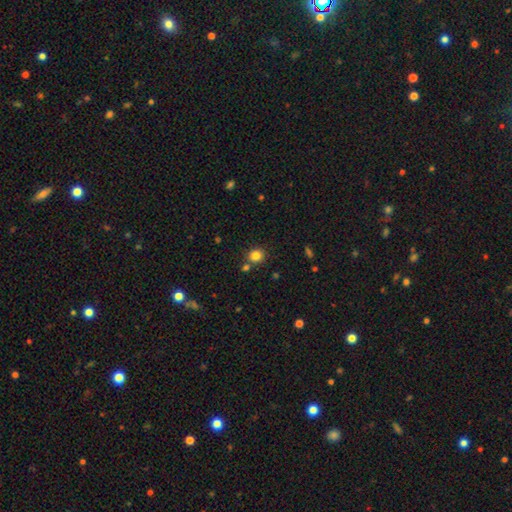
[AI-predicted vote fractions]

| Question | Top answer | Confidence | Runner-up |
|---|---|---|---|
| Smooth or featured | smooth | 83% | star or artifact (12%) |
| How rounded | round | 84% | in between (15%) |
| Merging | none | 78% | merger (11%) |